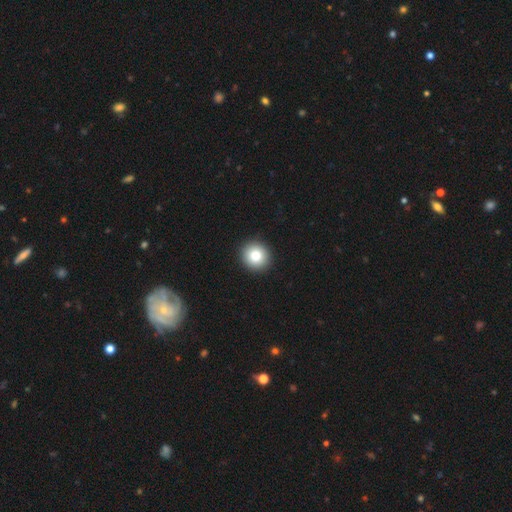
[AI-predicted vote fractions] This is clearly a smooth galaxy (82%). How rounded: clearly round (90%). Merging: clearly none (93%).